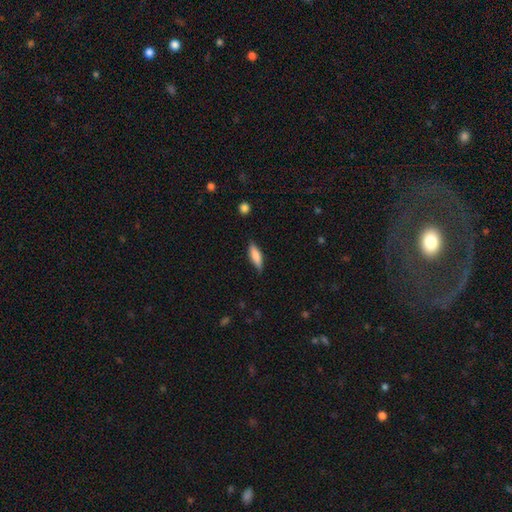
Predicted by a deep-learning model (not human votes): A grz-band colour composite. It shows a smooth galaxy with no disk features (75%) that is cigar-shaped (55%). Merging: none (82%).